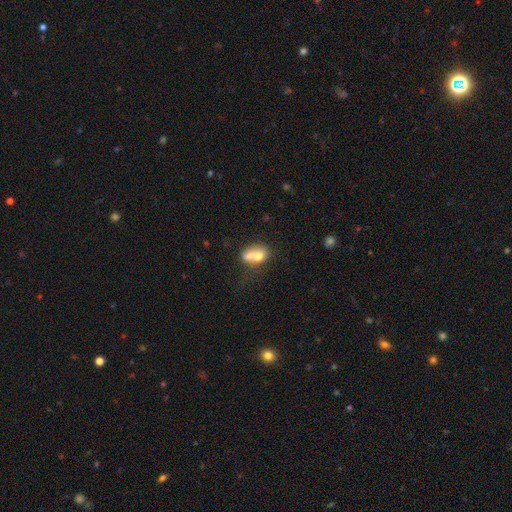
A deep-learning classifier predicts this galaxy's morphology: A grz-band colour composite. It shows a smooth galaxy with no disk features (65%) that is in between round and cigar-shaped (62%). Merging: merger (62%).